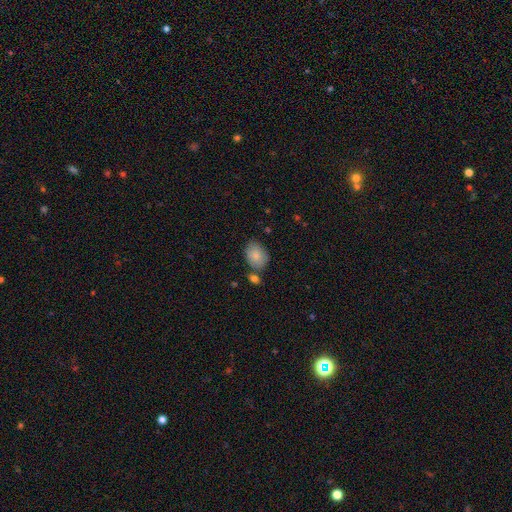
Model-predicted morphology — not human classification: Overall: smooth (84%). How rounded: in between (74%). Merging: none (70%).